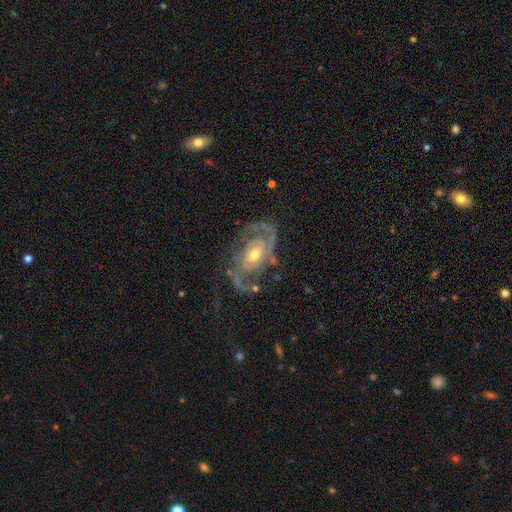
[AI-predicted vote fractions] smooth_or_featured: featured or disk (p=0.89) [alt: star or artifact p=0.06]
disk_edge_on: no (p=0.96) [alt: yes p=0.04]
bar: no (p=0.54) [alt: weak p=0.33]
has_spiral_arms: yes (p=0.96) [alt: no p=0.04]
spiral_winding: medium (p=0.45) [alt: tight p=0.38]
spiral_arm_count: 2 (p=0.69) [alt: 3 p=0.11]
bulge_size: moderate (p=0.61) [alt: small p=0.33]
merging: none (p=0.63) [alt: minor disturbance p=0.19]